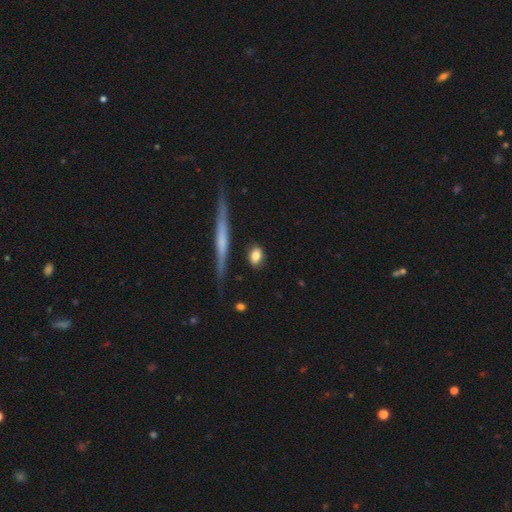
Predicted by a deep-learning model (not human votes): This appears to be a smooth galaxy with no disk features (80%) that is in between round and cigar-shaped (63%). Merging: none (83%).